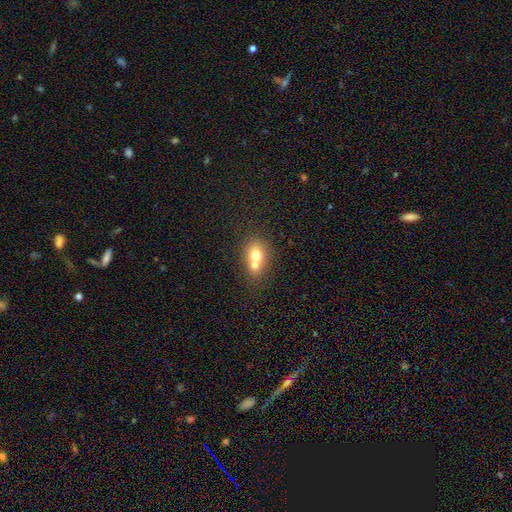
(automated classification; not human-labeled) A smooth galaxy with no disk features (68%) that is round (50%).

Vote fractions:
- Smooth or featured? smooth: 68% / featured or disk: 21% / star or artifact: 11%
- How rounded? round: 50% / in between: 48% / cigar-shaped: 1%
- Merging? merger: 63% / none: 28% / minor disturbance: 7% / major disturbance: 3%